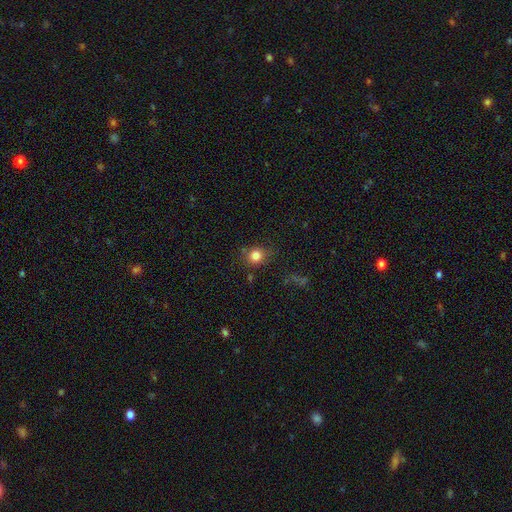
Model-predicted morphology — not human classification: Overall: smooth (81%). How rounded: round (79%). Merging: none (77%).